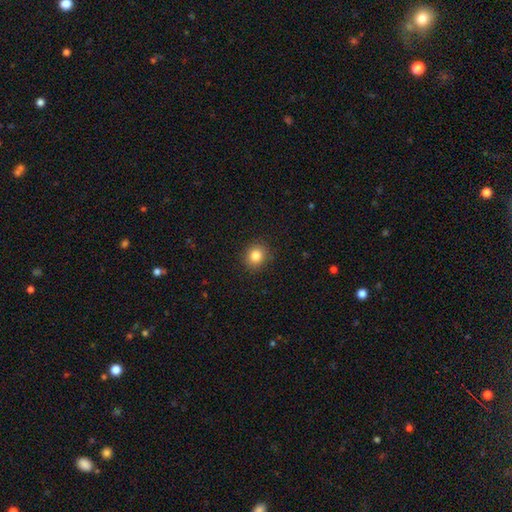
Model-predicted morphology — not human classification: Smooth or featured?
  - smooth: 84% *
  - star or artifact: 10%
  - featured or disk: 5%
How rounded?
  - round: 78% *
  - in between: 21%
  - cigar-shaped: 1%
Merging?
  - none: 89% *
  - minor disturbance: 8%
  - major disturbance: 2%
  - merger: 1%